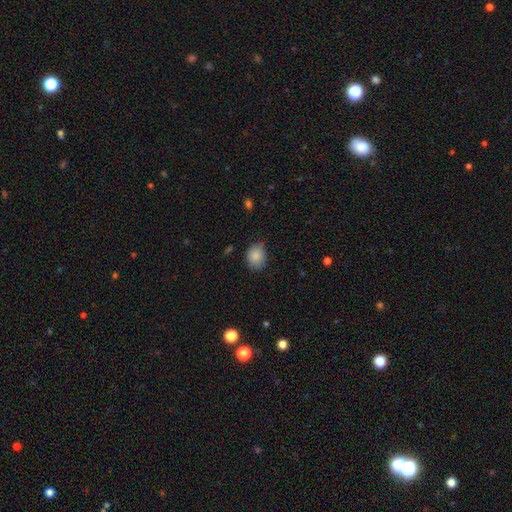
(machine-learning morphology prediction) This is clearly a smooth galaxy (86%). How rounded: possibly round (57%). Merging: likely none (71%).